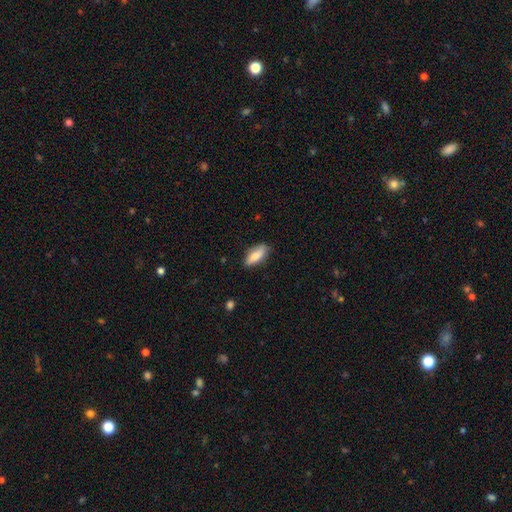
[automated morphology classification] A smooth galaxy with no disk features (78%) that is in between round and cigar-shaped (72%). Merging: none (80%).